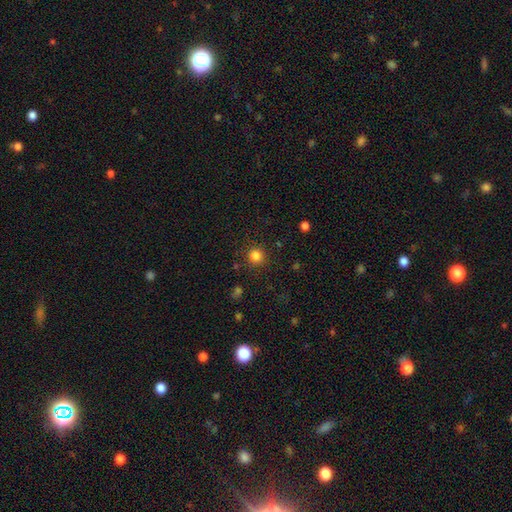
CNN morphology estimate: Smooth or featured: smooth — 83% (star or artifact — 13%)
How rounded: round — 93% (in between — 6%)
Merging: none — 87% (minor disturbance — 7%)